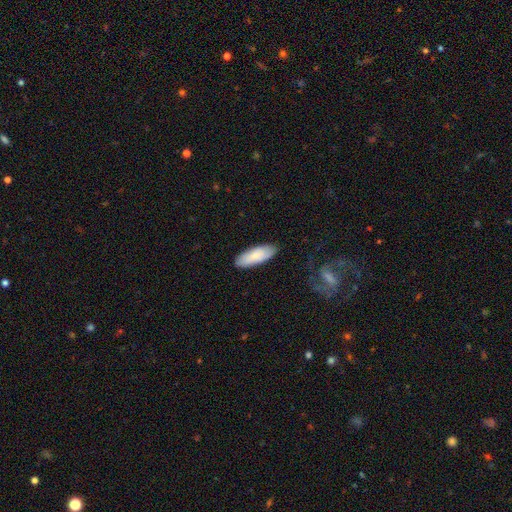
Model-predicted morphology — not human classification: This appears to be a smooth galaxy with no disk features (75%) that is in between round and cigar-shaped (68%). Merging: none (84%).